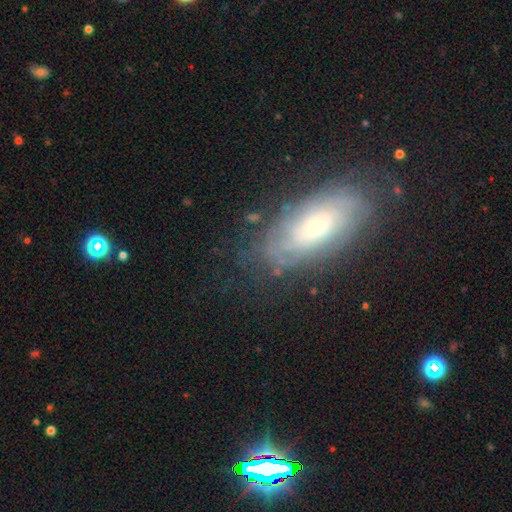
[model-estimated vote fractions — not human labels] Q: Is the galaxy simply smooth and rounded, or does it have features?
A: featured or disk — 64%.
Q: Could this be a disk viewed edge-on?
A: no — 87%.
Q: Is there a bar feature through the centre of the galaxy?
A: no — 77%.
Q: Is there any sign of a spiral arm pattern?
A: yes — 82%.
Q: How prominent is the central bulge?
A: small — 61%.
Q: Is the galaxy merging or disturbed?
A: none — 78%.